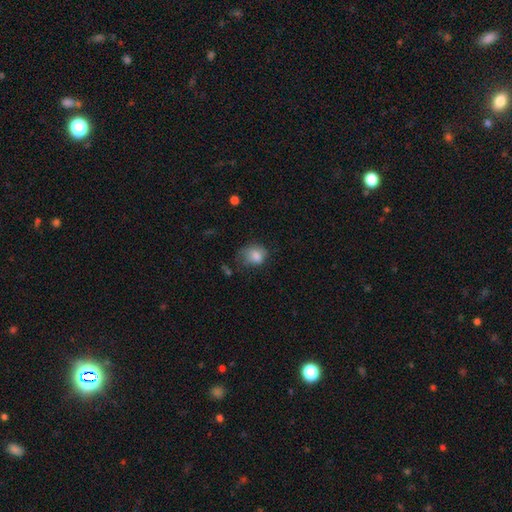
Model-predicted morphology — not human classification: This appears to be a smooth galaxy with no disk features (81%) that is round (50%). Merging: none (45%).